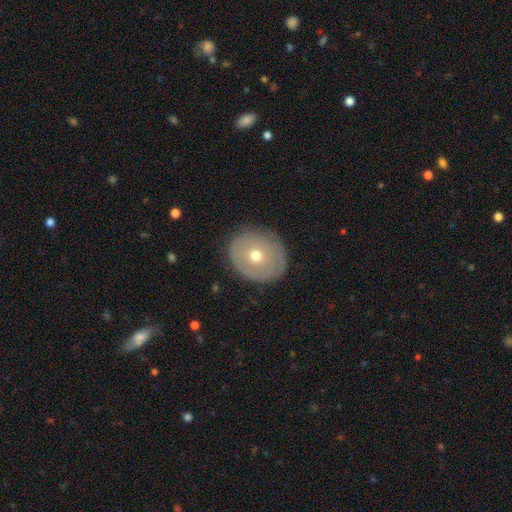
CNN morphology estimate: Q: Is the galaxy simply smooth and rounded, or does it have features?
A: smooth — 52%.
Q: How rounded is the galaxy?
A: round — 79%.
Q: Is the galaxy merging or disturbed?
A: none — 84%.